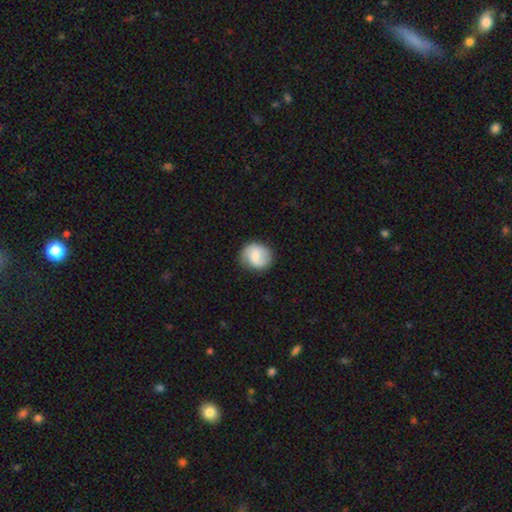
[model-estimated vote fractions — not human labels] smooth 68%, featured or disk 25%, star or artifact 7%. Down the decision tree: how rounded — round (85%); merging — none (82%).